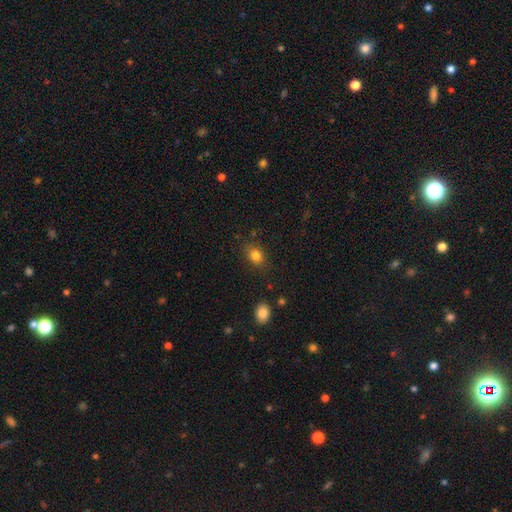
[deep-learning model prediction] This is clearly a smooth galaxy (82%). How rounded: likely in between (61%). Merging: clearly none (81%).